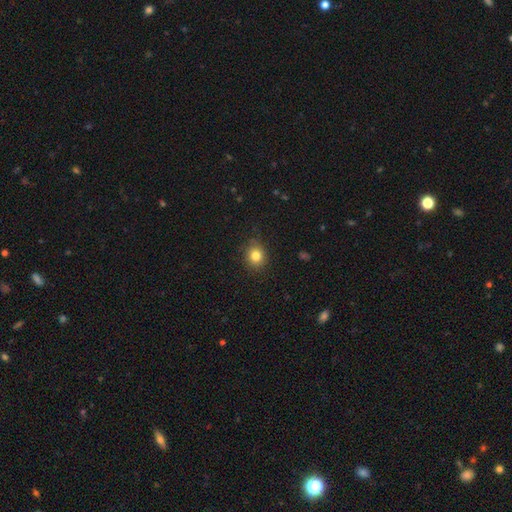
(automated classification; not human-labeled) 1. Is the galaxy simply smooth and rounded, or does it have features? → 82% smooth, 11% star or artifact, 7% featured or disk.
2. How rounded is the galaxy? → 73% round, 26% in between, 1% cigar-shaped.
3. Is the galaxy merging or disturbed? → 84% none, 12% minor disturbance, 3% major disturbance, 1% merger.